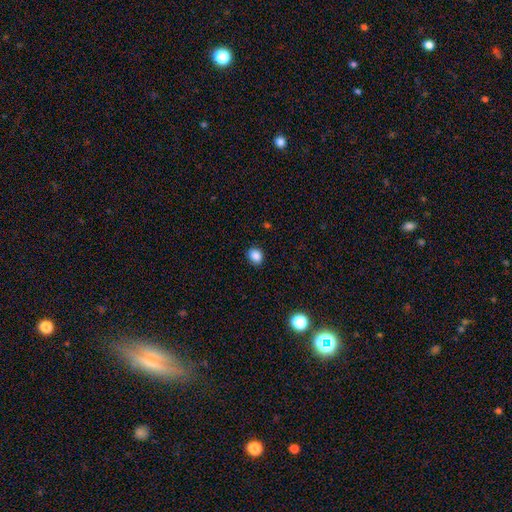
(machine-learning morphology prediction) Smooth or featured?
  - smooth: 87% *
  - star or artifact: 10%
  - featured or disk: 3%
How rounded?
  - round: 62% *
  - in between: 37%
  - cigar-shaped: 1%
Merging?
  - none: 87% *
  - minor disturbance: 10%
  - major disturbance: 2%
  - merger: 1%